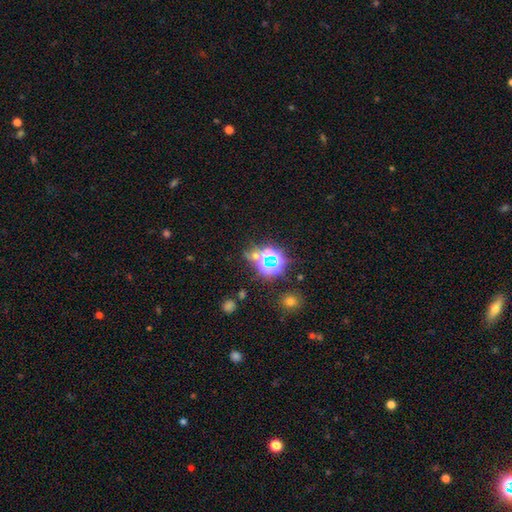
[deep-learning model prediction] Smooth or featured: star or artifact — 66% (smooth — 25%)